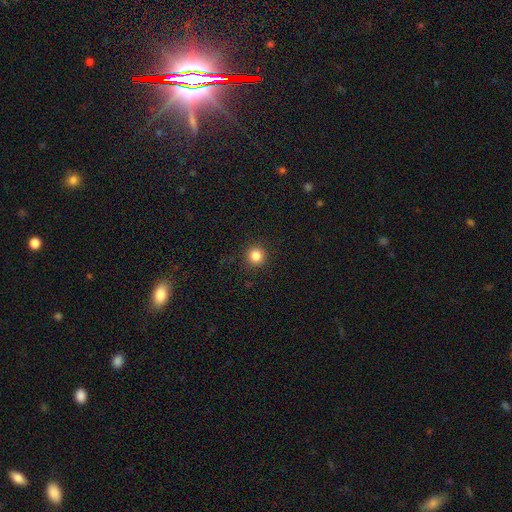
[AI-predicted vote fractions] Smooth or featured?
  - smooth: 84% *
  - star or artifact: 12%
  - featured or disk: 4%
How rounded?
  - round: 95% *
  - in between: 4%
  - cigar-shaped: 1%
Merging?
  - none: 92% *
  - minor disturbance: 5%
  - major disturbance: 2%
  - merger: 1%